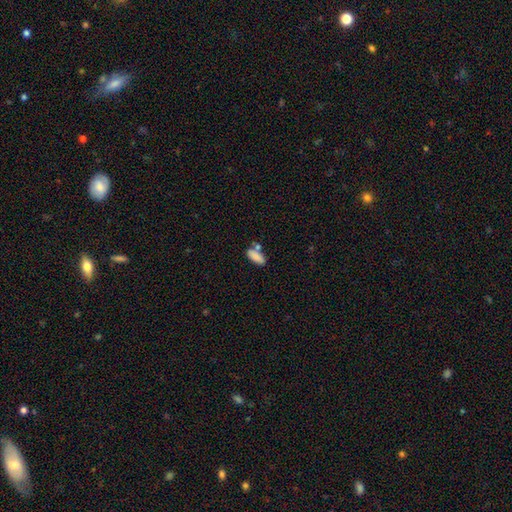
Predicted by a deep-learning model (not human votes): This appears to be a smooth galaxy with no disk features (86%) that is in between round and cigar-shaped (74%). Merging: none (59%).